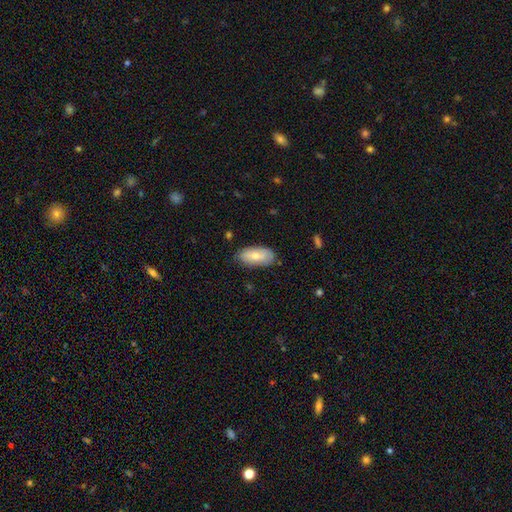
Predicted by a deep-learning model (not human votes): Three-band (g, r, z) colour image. It shows a smooth galaxy with no disk features (73%) that is in between round and cigar-shaped (92%). Merging: none (77%).